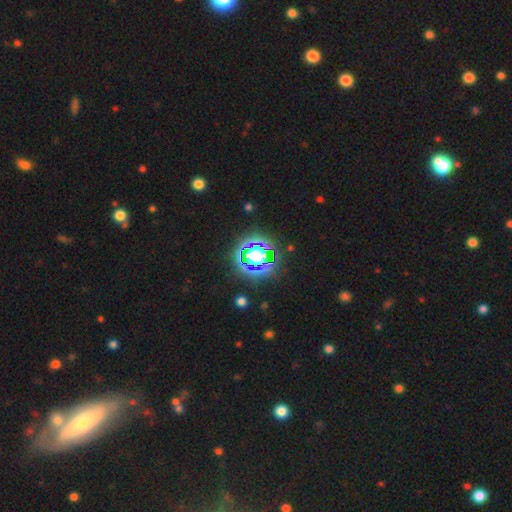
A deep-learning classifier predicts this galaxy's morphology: Smooth or featured: star or artifact — 59% (smooth — 25%)